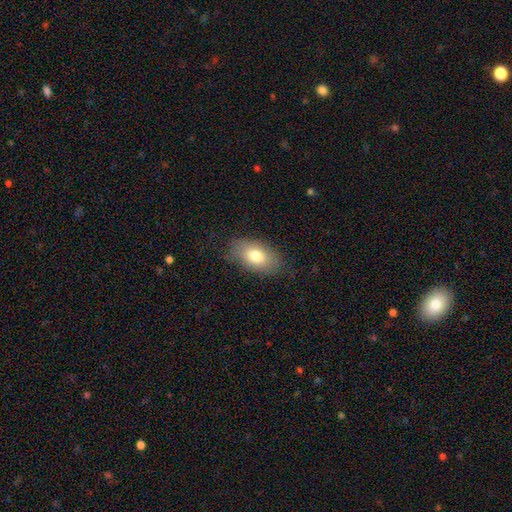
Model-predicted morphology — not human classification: smooth_or_featured: smooth (p=0.76) [alt: featured or disk p=0.16]
how_rounded: in between (p=0.91) [alt: round p=0.08]
merging: none (p=0.78) [alt: minor disturbance p=0.17]